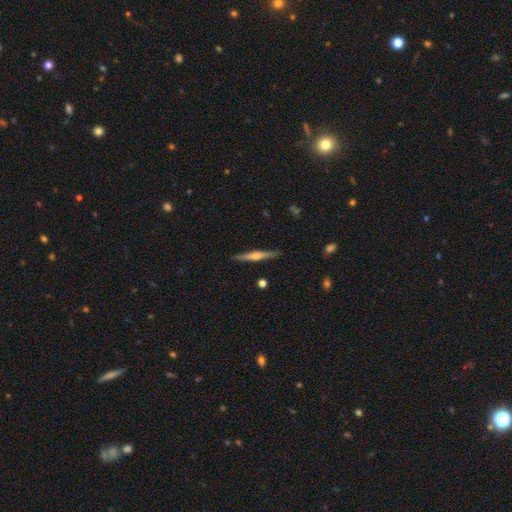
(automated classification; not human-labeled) Smooth or featured? featured or disk (68%)
Edge-on disk? yes (98%)
Edge-on bulge? rounded (81%)
Merging? none (91%)